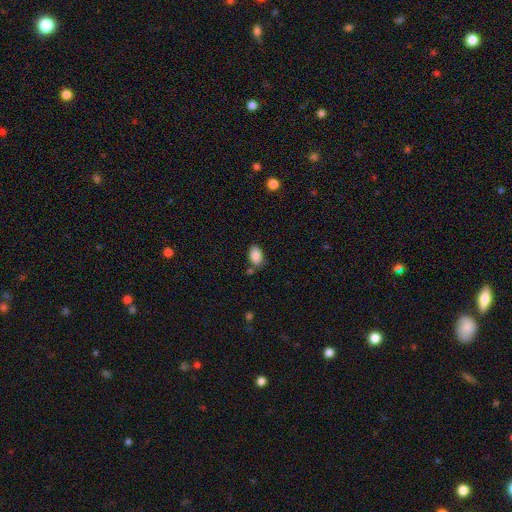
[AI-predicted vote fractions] Smooth or featured? Predicted: smooth (p=0.88). How rounded? Predicted: in between (p=0.89). Merging? Predicted: none (p=0.74).